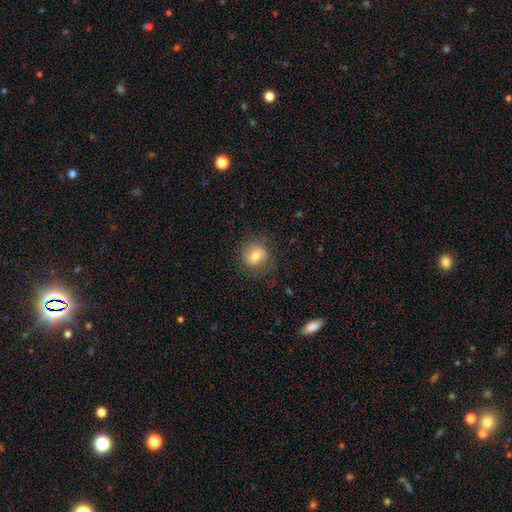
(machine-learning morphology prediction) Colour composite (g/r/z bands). It shows a smooth galaxy with no disk features (72%) that is round (71%). Merging: none (74%).